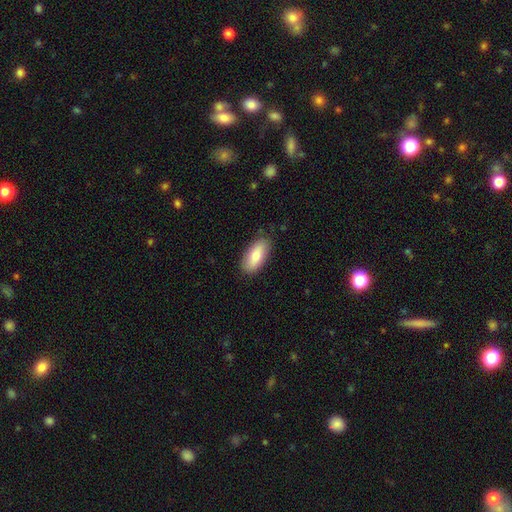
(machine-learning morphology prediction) A smooth galaxy with no disk features (78%) that is in between round and cigar-shaped (87%).

Vote fractions:
- Smooth or featured? smooth: 78% / featured or disk: 16% / star or artifact: 6%
- How rounded? in between: 87% / cigar-shaped: 11% / round: 2%
- Merging? none: 84% / minor disturbance: 13% / major disturbance: 2% / merger: 1%